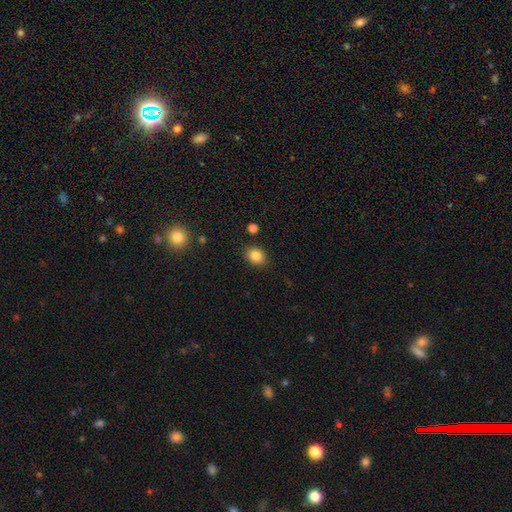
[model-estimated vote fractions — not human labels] Smooth or featured: smooth — 85% (star or artifact — 10%)
How rounded: in between — 56% (round — 43%)
Merging: none — 86% (minor disturbance — 9%)